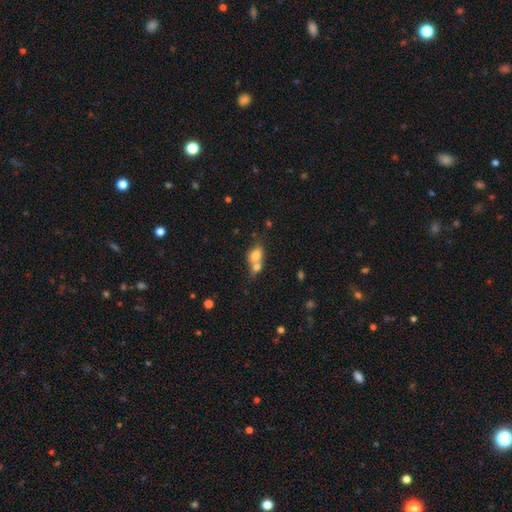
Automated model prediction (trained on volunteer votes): Smooth or featured? smooth (74%)
How rounded? in between (64%)
Merging? merger (64%)